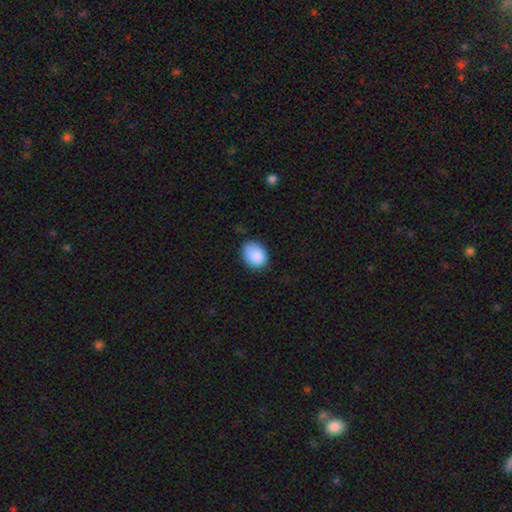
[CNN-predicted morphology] Smooth or featured? smooth (88%)
How rounded? in between (59%)
Merging? none (75%)